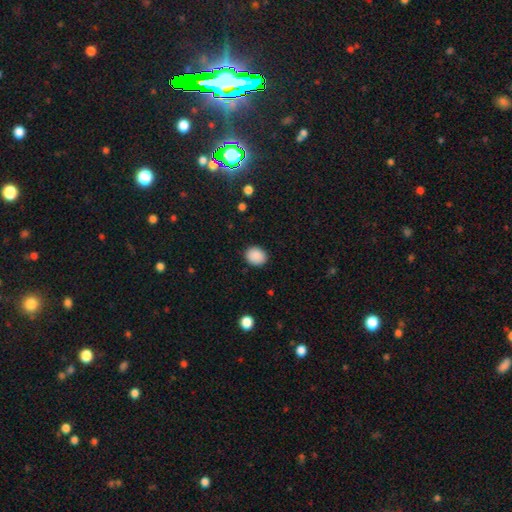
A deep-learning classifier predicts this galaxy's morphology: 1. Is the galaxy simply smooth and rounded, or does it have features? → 89% smooth, 8% star or artifact, 3% featured or disk.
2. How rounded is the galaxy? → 58% round, 41% in between, 1% cigar-shaped.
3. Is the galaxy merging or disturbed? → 89% none, 8% minor disturbance, 2% major disturbance, 1% merger.